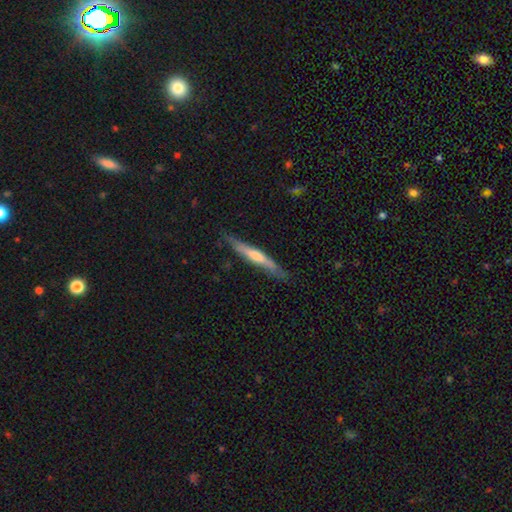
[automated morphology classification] smooth_or_featured: featured or disk (p=0.53) [alt: smooth p=0.41]
disk_edge_on: yes (p=0.93) [alt: no p=0.07]
merging: none (p=0.83) [alt: minor disturbance p=0.13]